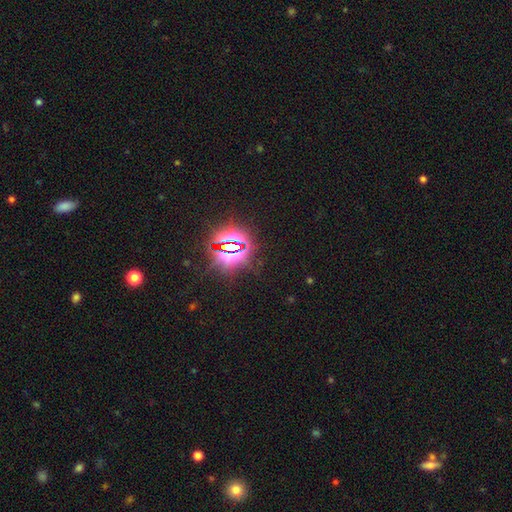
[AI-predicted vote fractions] star or artifact 83%, smooth 11%, featured or disk 6%.